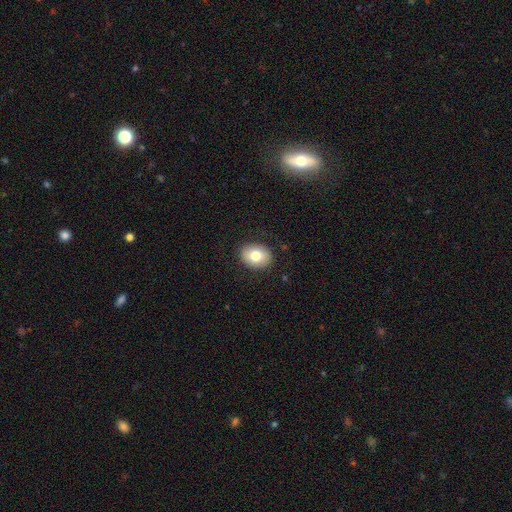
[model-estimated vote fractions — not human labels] smooth_or_featured: smooth (p=0.79) [alt: featured or disk p=0.14]
how_rounded: in between (p=0.62) [alt: round p=0.37]
merging: none (p=0.88) [alt: minor disturbance p=0.09]